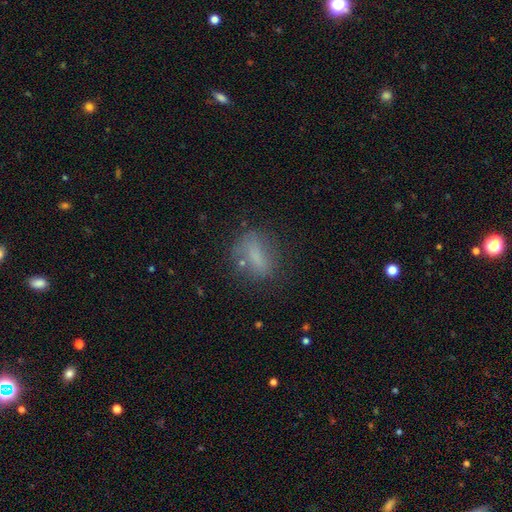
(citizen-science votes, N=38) Smooth or featured? smooth (63%)
How rounded? in between (54%)
Merging? none (69%)